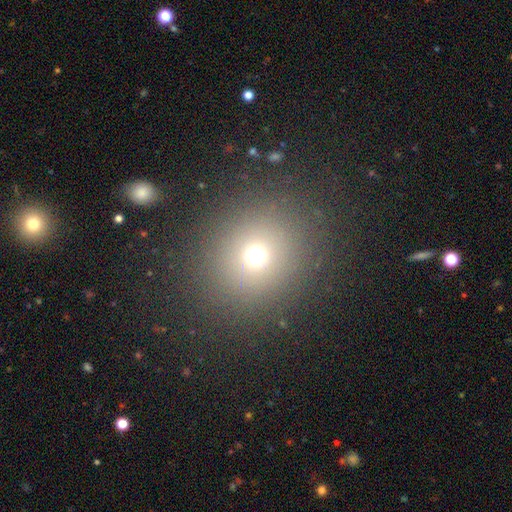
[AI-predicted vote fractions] Smooth or featured?
  - smooth: 66% *
  - star or artifact: 25%
  - featured or disk: 9%
How rounded?
  - round: 84% *
  - in between: 15%
  - cigar-shaped: 1%
Merging?
  - none: 85% *
  - minor disturbance: 8%
  - major disturbance: 5%
  - merger: 2%